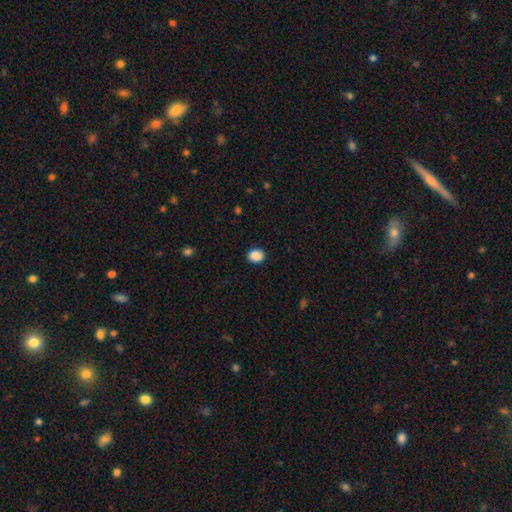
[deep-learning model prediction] Smooth or featured?
  - smooth: 89% *
  - star or artifact: 8%
  - featured or disk: 2%
How rounded?
  - in between: 53% *
  - round: 46%
  - cigar-shaped: 1%
Merging?
  - none: 88% *
  - minor disturbance: 8%
  - major disturbance: 2%
  - merger: 1%